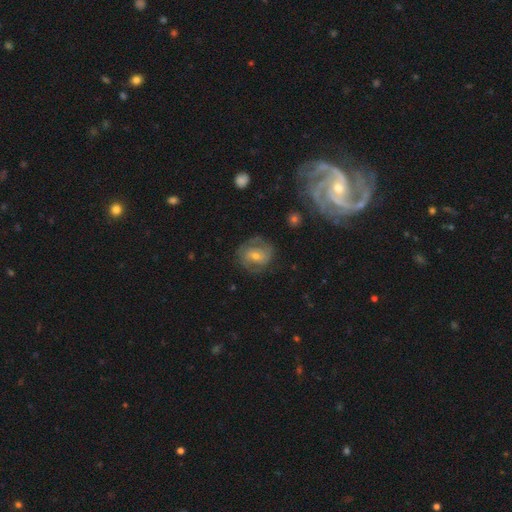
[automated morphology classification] Smooth or featured: featured or disk — 74% (smooth — 19%)
Edge-on disk: no — 97% (yes — 3%)
Bar: no — 43% (tied with weak — 43%)
Spiral arms: yes — 90% (no — 10%)
Spiral winding: tight — 44% (medium — 43%)
Spiral arm count: 2 — 66% (can't tell — 17%)
Bulge size: moderate — 50% (small — 44%)
Merging: none — 72% (minor disturbance — 17%)